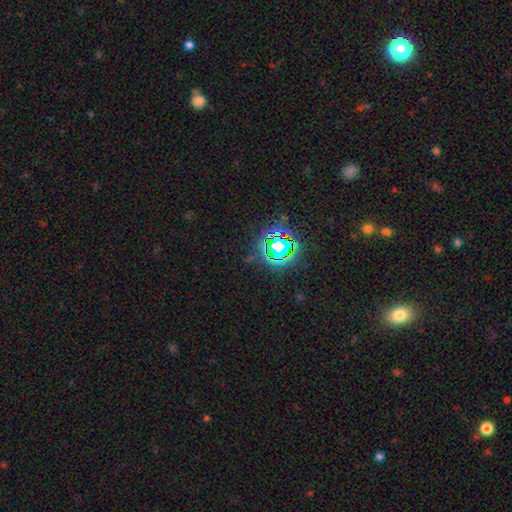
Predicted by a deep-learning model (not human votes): smooth_or_featured: star or artifact (p=0.79) [alt: smooth p=0.14]